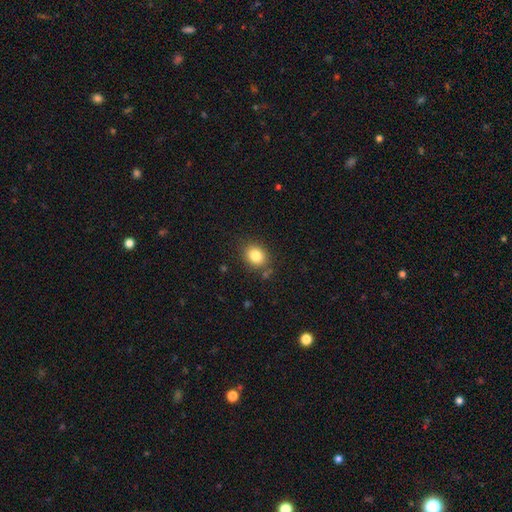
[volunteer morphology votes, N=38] Smooth or featured?
  - smooth: 84% *
  - featured or disk: 8%
  - star or artifact: 8%
How rounded?
  - round: 50% * (tied)
  - in between: 50% * (tied)
  - cigar-shaped: 0%
Merging?
  - none: 91% *
  - minor disturbance: 3%
  - major disturbance: 3%
  - merger: 3%